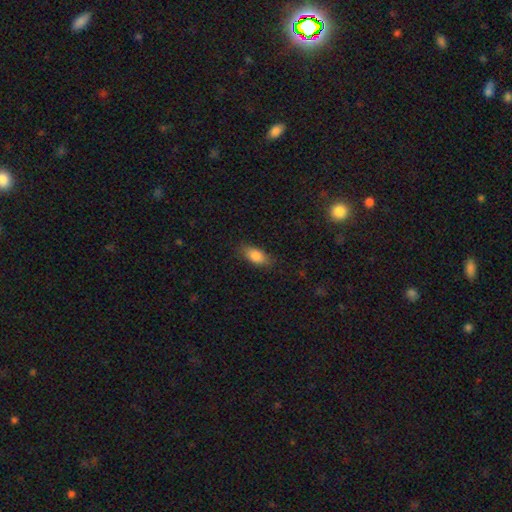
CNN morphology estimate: Smooth or featured?
  - smooth: 85% *
  - star or artifact: 8%
  - featured or disk: 7%
How rounded?
  - in between: 87% *
  - cigar-shaped: 9%
  - round: 4%
Merging?
  - none: 80% *
  - minor disturbance: 15%
  - major disturbance: 4%
  - merger: 1%